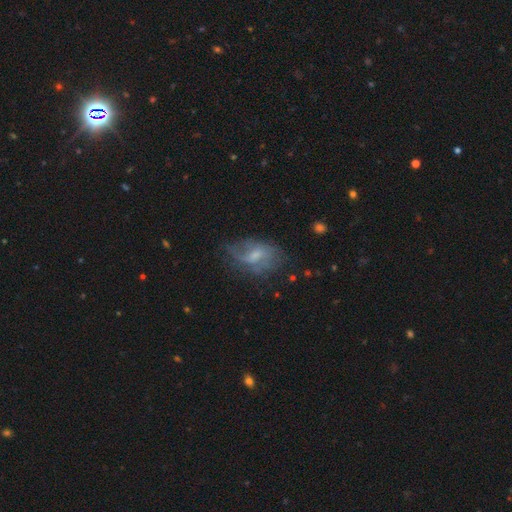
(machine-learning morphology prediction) Smooth or featured? featured or disk (58%)
Edge-on disk? no (95%)
Bar? weak (48%)
Spiral arms? yes (69%)
Bulge size? small (44%)
Merging? none (51%)